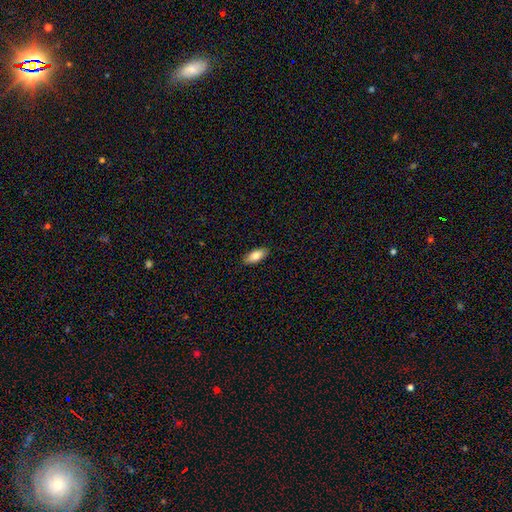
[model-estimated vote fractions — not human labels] Smooth or featured? smooth (81%)
How rounded? in between (85%)
Merging? none (89%)